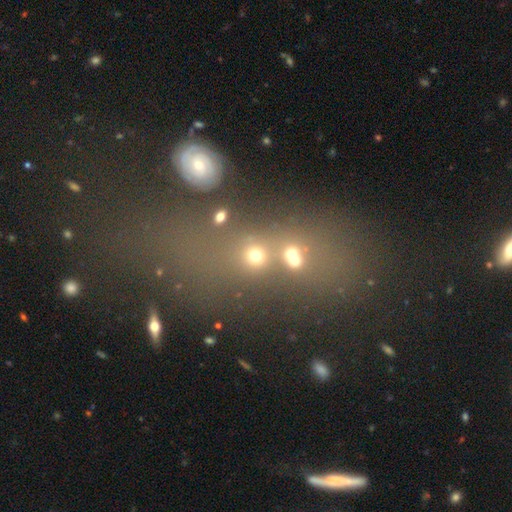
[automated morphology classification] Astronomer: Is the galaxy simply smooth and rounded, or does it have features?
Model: smooth — 56%.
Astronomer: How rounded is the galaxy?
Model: round — 59% (runner-up: in between, 36%).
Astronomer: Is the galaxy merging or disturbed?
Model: merger — 41% (runner-up: none, 40%).